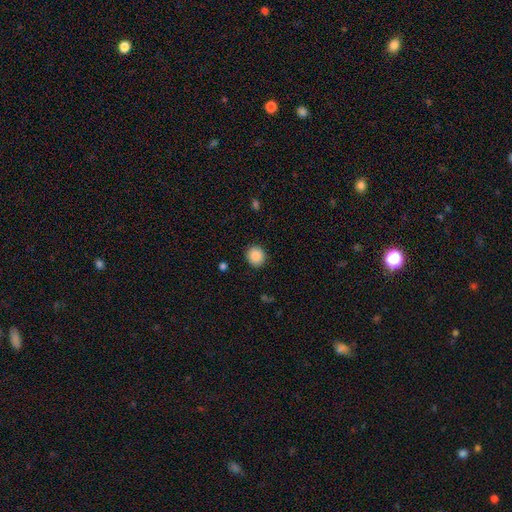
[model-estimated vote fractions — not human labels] smooth 88%, star or artifact 9%, featured or disk 3%. Down the decision tree: how rounded — round (85%); merging — none (90%).